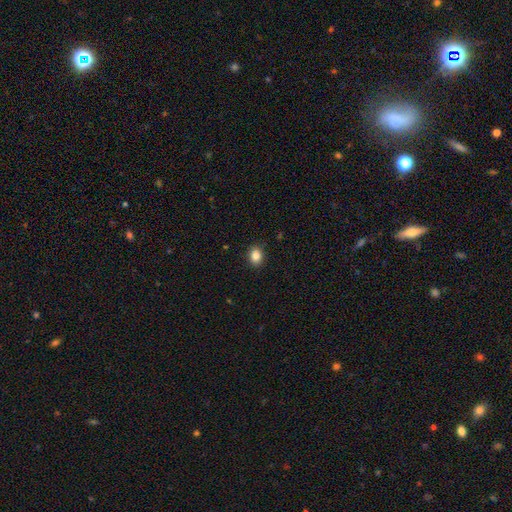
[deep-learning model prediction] Smooth or featured? Predicted: smooth (p=0.85). How rounded? Predicted: in between (p=0.52). Merging? Predicted: none (p=0.89).